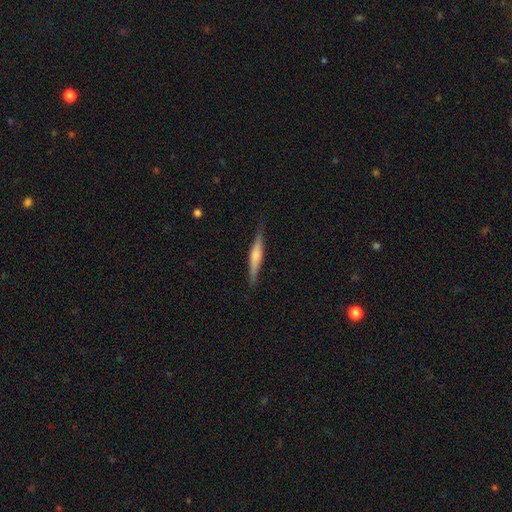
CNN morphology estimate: Smooth or featured? featured or disk (52%)
Edge-on disk? yes (97%)
Edge-on bulge? rounded (65%)
Merging? none (87%)